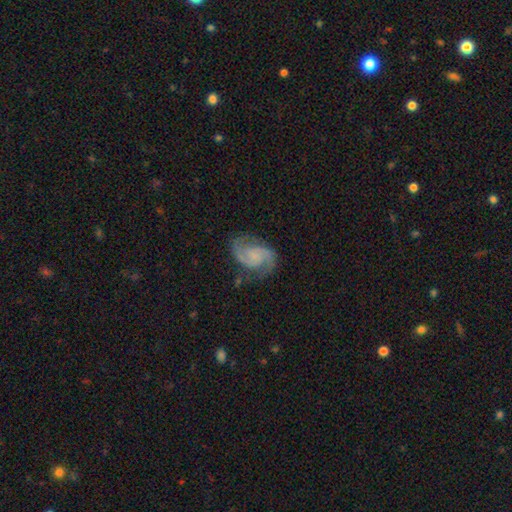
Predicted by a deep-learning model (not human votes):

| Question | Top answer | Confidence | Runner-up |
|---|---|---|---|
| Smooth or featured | featured or disk | 88% | smooth (7%) |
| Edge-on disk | no | 98% | yes (2%) |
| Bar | no | 59% | weak (33%) |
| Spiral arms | yes | 98% | no (2%) |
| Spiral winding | medium | 56% | loose (23%) |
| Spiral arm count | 2 | 93% | can't tell (2%) |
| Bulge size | none | 54% | small (29%) |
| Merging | none | 76% | minor disturbance (16%) |